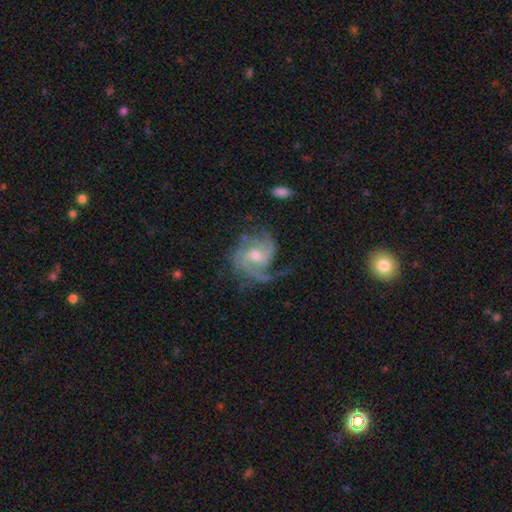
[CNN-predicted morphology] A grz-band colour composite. It shows a featured or disk galaxy (90%) with no bar (55%), 3 (39%) medium (47%) spiral arms (98%) and a moderate central bulge (60%). Merging: none (64%).